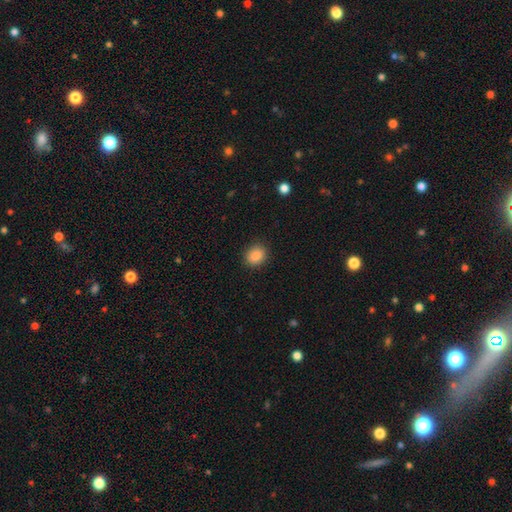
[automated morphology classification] A smooth galaxy with no disk features (88%) that is round (55%). Merging: none (88%).